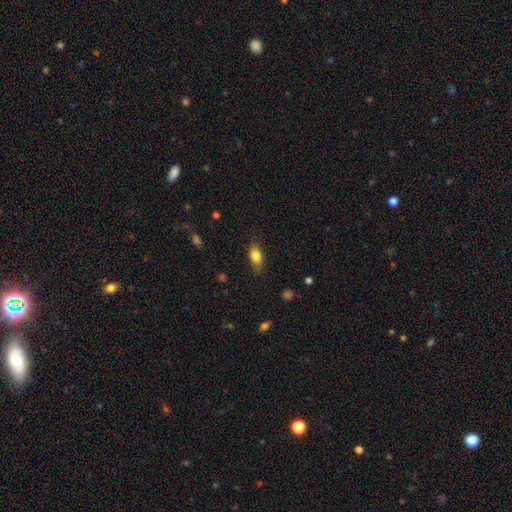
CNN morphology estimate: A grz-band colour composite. It shows a smooth galaxy with no disk features (81%) that is in between round and cigar-shaped (83%). Merging: none (79%).